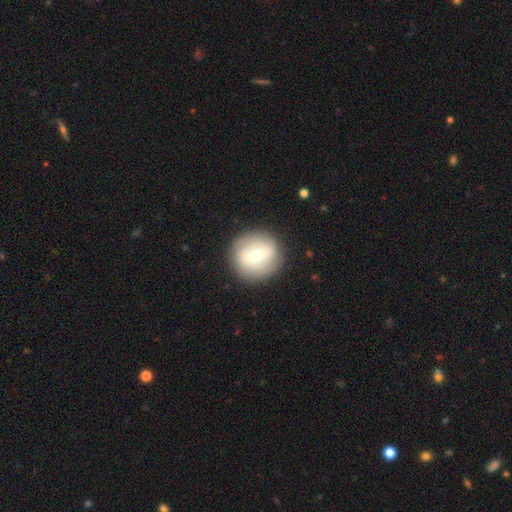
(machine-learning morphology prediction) featured or disk 58%, smooth 35%, star or artifact 7%. Down the decision tree: edge-on disk — no (93%); bar — weak (44%); spiral arms — no (52%); bulge size — moderate (68%); merging — none (85%).